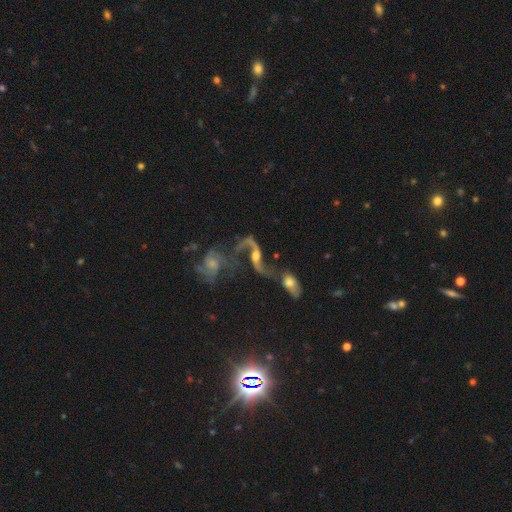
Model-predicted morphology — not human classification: A featured or disk galaxy (83%) with no bar (48%), 2 (89%) loose (87%) spiral arms (92%) and a moderate central bulge (49%).

Vote fractions:
- Smooth or featured? featured or disk: 83% / smooth: 9% / star or artifact: 8%
- Edge-on disk? no: 93% / yes: 7%
- Bar? no: 48% / weak: 36% / strong: 16%
- Spiral arms? yes: 92% / no: 8%
- Spiral winding? loose: 87% / medium: 10% / tight: 3%
- Spiral arm count? 2: 89% / 1: 5% / can't tell: 3% / 3: 1% / 4: 1% / more than 4: 1%
- Bulge size? moderate: 49% / small: 29% / large: 12% / none: 8% / dominant: 2%
- Merging? merger: 51% / none: 23% / major disturbance: 16% / minor disturbance: 11%